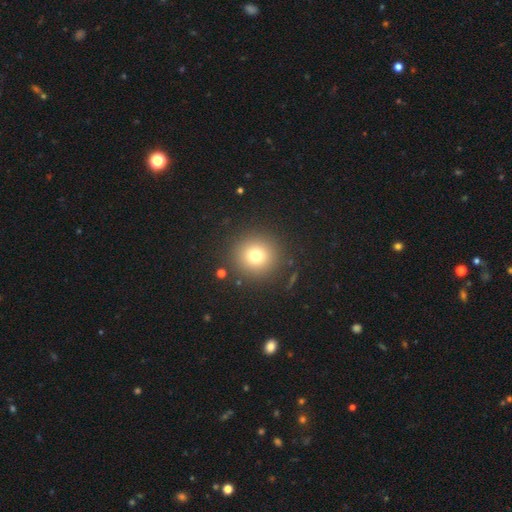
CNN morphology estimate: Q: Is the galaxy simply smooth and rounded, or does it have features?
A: smooth — 76%.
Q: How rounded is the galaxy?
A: round — 94%.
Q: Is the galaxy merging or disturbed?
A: none — 89%.